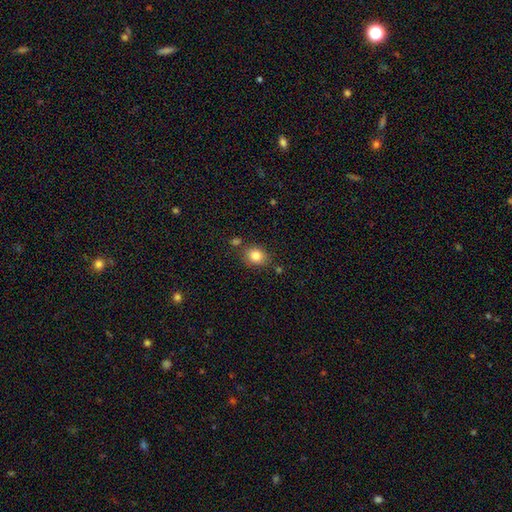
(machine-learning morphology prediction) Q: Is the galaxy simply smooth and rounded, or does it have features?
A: smooth — 83%.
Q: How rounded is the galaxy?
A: round — 57%.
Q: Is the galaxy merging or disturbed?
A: none — 77%.